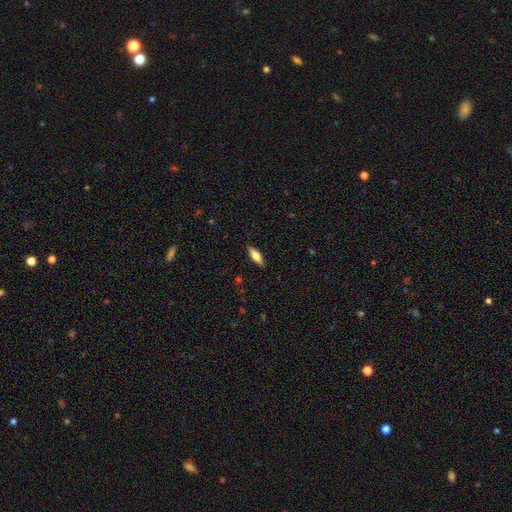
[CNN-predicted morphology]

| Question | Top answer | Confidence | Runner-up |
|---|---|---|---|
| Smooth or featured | smooth | 61% | featured or disk (32%) |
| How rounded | in between | 54% | cigar-shaped (43%) |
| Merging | none | 88% | minor disturbance (9%) |